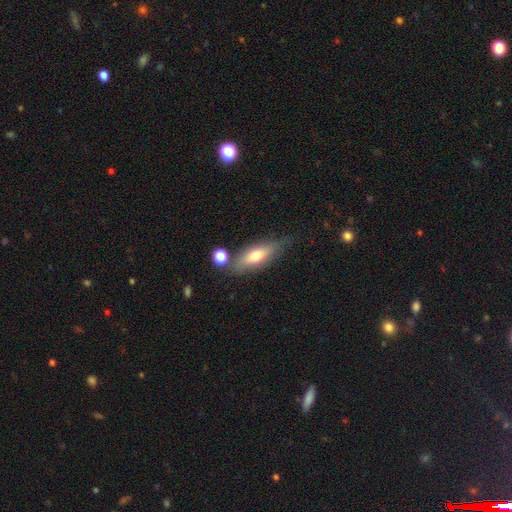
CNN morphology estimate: This appears to be a smooth galaxy with no disk features (62%) that is in between round and cigar-shaped (52%). Merging: none (66%).